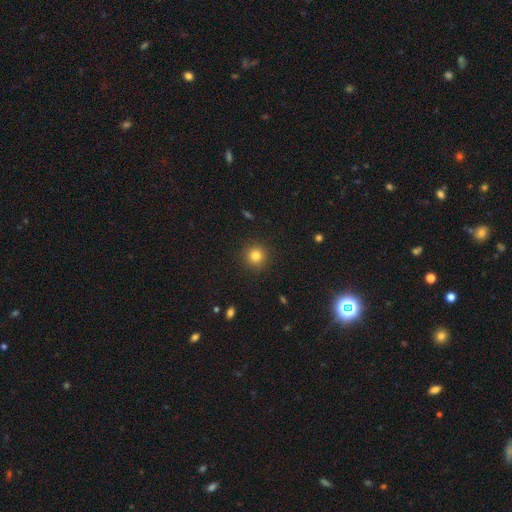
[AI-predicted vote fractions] A smooth galaxy with no disk features (81%) that is round (94%). Merging: none (91%).